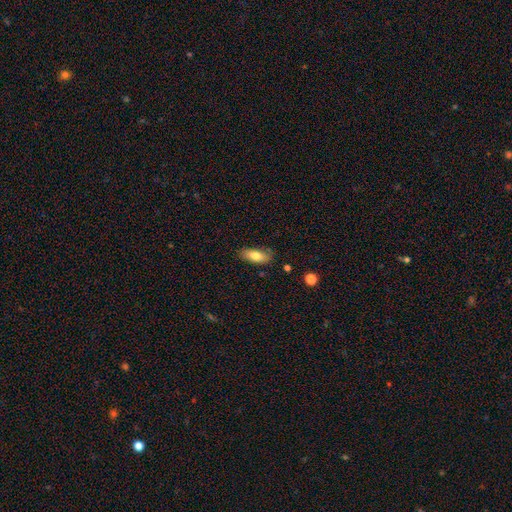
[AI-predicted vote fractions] A smooth galaxy with no disk features (79%) that is in between round and cigar-shaped (78%).

Vote fractions:
- Smooth or featured? smooth: 79% / featured or disk: 14% / star or artifact: 7%
- How rounded? in between: 78% / cigar-shaped: 19% / round: 3%
- Merging? none: 79% / minor disturbance: 16% / major disturbance: 3% / merger: 2%